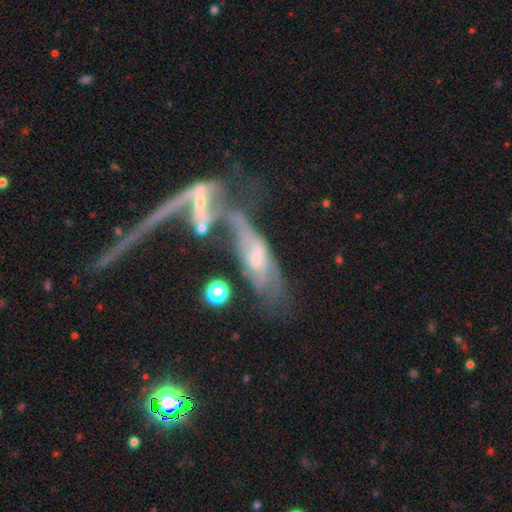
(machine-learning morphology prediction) The model was most divided on "bulge size": small: 45%, moderate: 30%, none: 19%, large: 4%, dominant: 2%. More confident: edge-on disk — no (78%); smooth or featured — featured or disk (68%); spiral arms — yes (65%); merging — merger (57%); bar — no (55%).